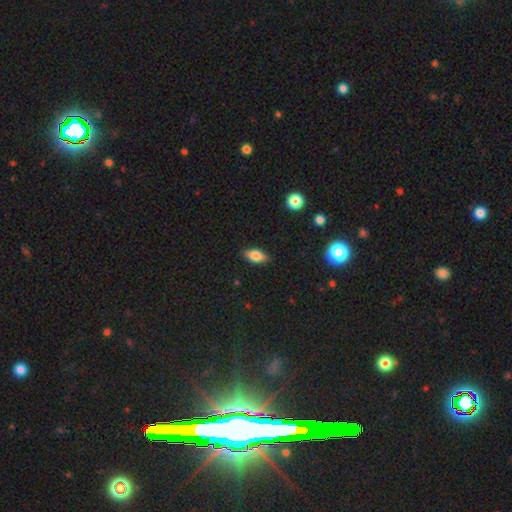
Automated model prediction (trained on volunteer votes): smooth 78%, featured or disk 14%, star or artifact 8%. Down the decision tree: how rounded — in between (87%); merging — none (87%).